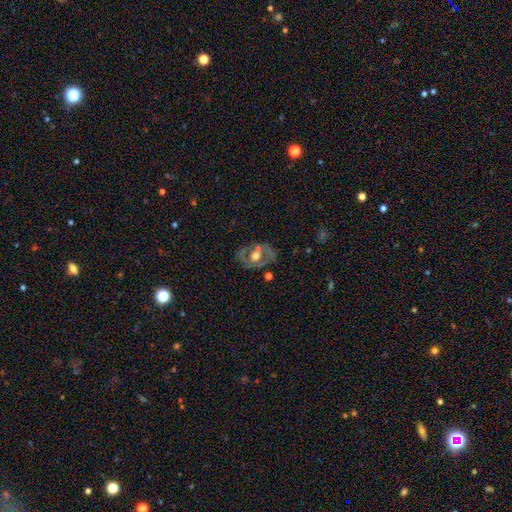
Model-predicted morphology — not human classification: A featured or disk galaxy (70%) with no bar (63%), no spiral arms (55%) and a moderate central bulge (70%).

Vote fractions:
- Smooth or featured? featured or disk: 70% / smooth: 21% / star or artifact: 9%
- Edge-on disk? no: 94% / yes: 6%
- Bar? no: 63% / weak: 26% / strong: 11%
- Spiral arms? no: 55% / yes: 45%
- Bulge size? moderate: 70% / large: 16% / small: 11% / none: 2% / dominant: 1%
- Merging? none: 73% / minor disturbance: 17% / major disturbance: 8% / merger: 3%